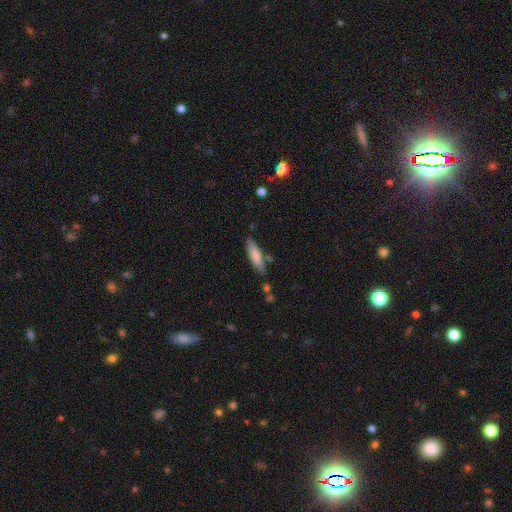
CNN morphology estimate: Overall: smooth (79%). How rounded: cigar-shaped (61%; in between 37%). Merging: none (72%).